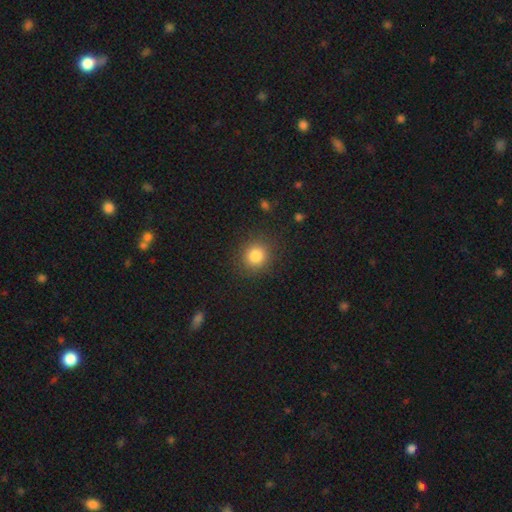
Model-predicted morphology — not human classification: smooth_or_featured: smooth (p=0.83) [alt: star or artifact p=0.11]
how_rounded: round (p=0.87) [alt: in between p=0.12]
merging: none (p=0.88) [alt: minor disturbance p=0.08]